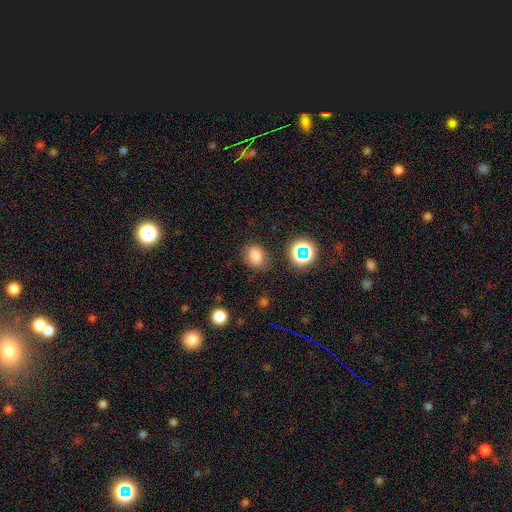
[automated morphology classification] Smooth or featured? smooth (77%)
How rounded? in between (60%)
Merging? none (75%)